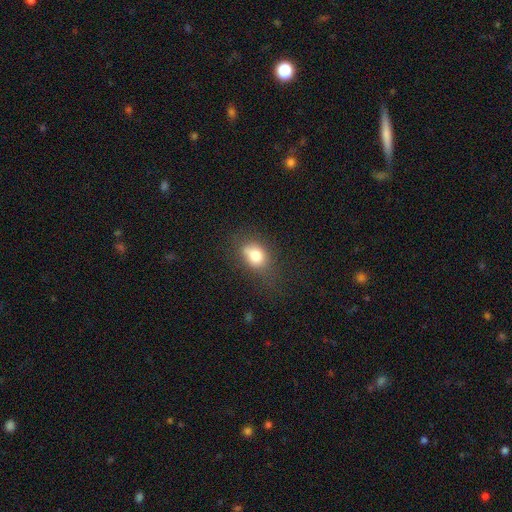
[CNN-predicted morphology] Overall: smooth (77%). How rounded: in between (64%; round 34%). Merging: none (55%; minor disturbance 27%).